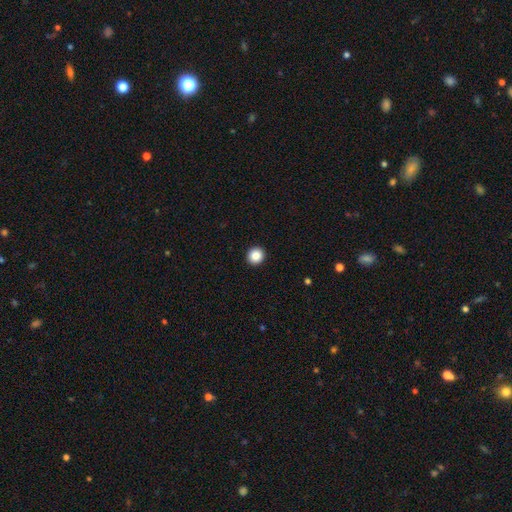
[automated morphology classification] Smooth or featured? Predicted: smooth (p=0.86). How rounded? Predicted: round (p=0.93). Merging? Predicted: none (p=0.94).